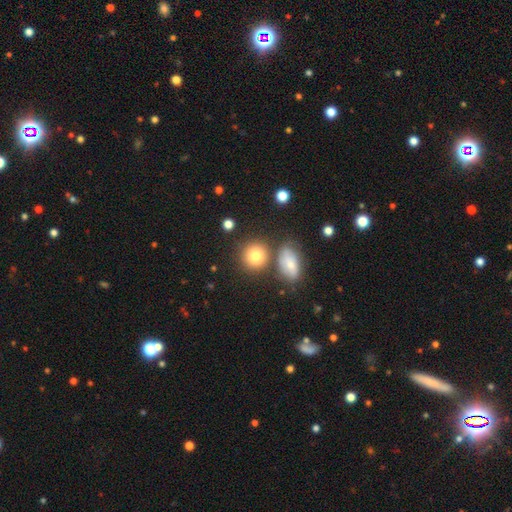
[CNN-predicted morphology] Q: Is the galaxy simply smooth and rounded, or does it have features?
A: smooth — 80%.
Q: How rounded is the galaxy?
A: round — 82%.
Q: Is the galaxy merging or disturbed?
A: none — 69%.